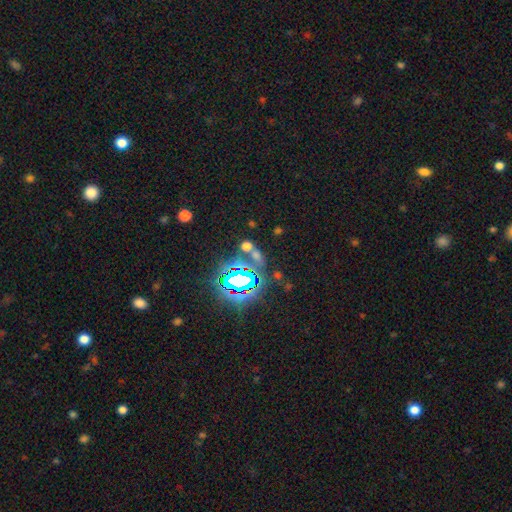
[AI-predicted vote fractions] Q: Smooth or featured?
A: star or artifact (48%); runner-up: smooth (41%)